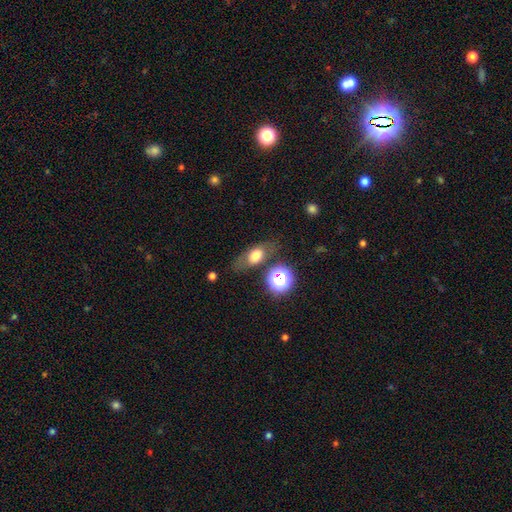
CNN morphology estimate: Smooth or featured: smooth — 63% (featured or disk — 24%)
How rounded: in between — 72% (round — 18%)
Merging: none — 70% (minor disturbance — 16%)